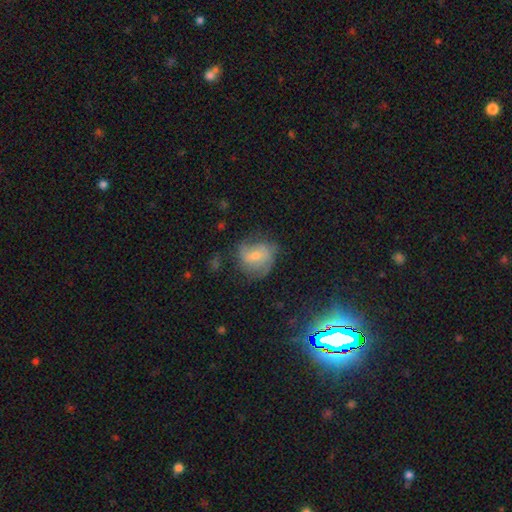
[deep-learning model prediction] Smooth or featured? featured or disk (50%)
Edge-on disk? no (97%)
Merging? none (56%)